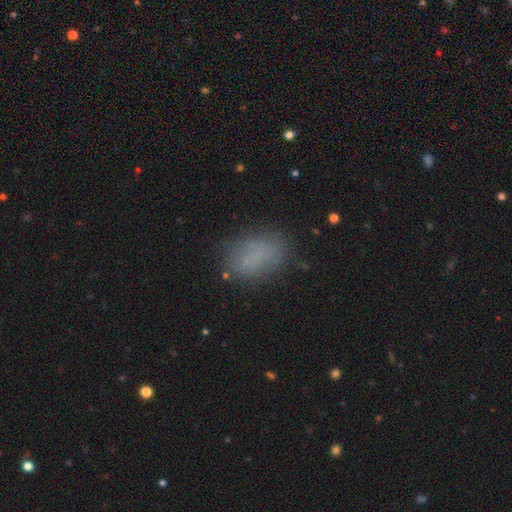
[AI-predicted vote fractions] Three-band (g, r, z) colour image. It shows a smooth galaxy with no disk features (77%) that is in between round and cigar-shaped (86%). Merging: none (75%).